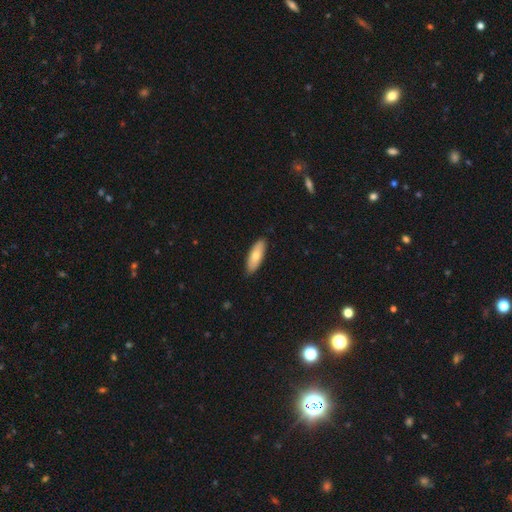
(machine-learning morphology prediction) A smooth galaxy with no disk features (72%) that is in between round and cigar-shaped (64%).

Vote fractions:
- Smooth or featured? smooth: 72% / featured or disk: 22% / star or artifact: 6%
- How rounded? in between: 64% / cigar-shaped: 34% / round: 2%
- Merging? none: 86% / minor disturbance: 11% / major disturbance: 2% / merger: 1%